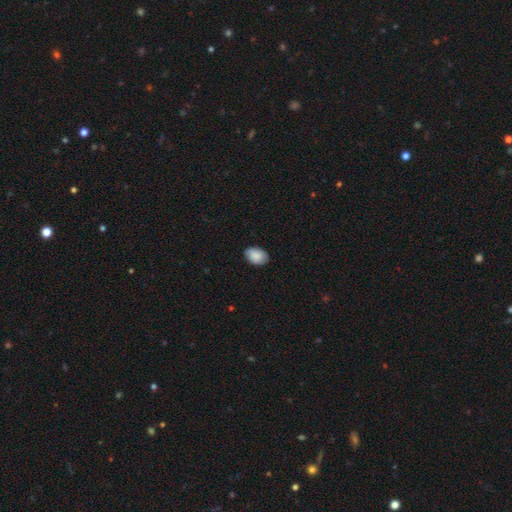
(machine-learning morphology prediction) type=smooth (87%); roundness=in between (81%); merging=none (82%).